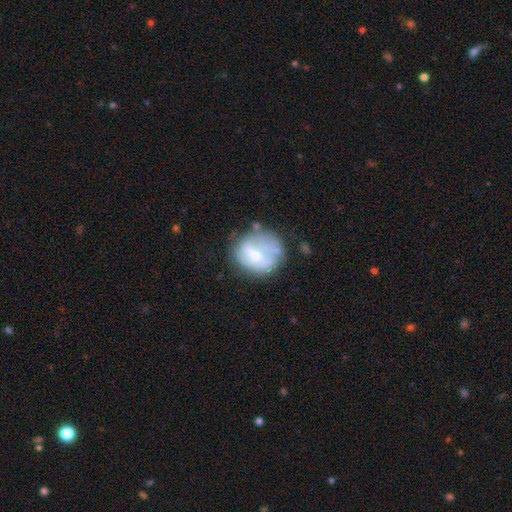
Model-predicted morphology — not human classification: This appears to be a featured or disk galaxy (48%). Merging: none (50%).